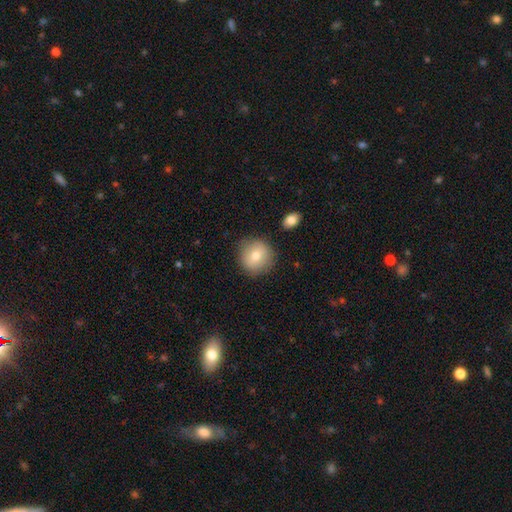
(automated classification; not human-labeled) smooth_or_featured: smooth (p=0.76) [alt: featured or disk p=0.15]
how_rounded: round (p=0.91) [alt: in between p=0.08]
merging: none (p=0.83) [alt: minor disturbance p=0.11]